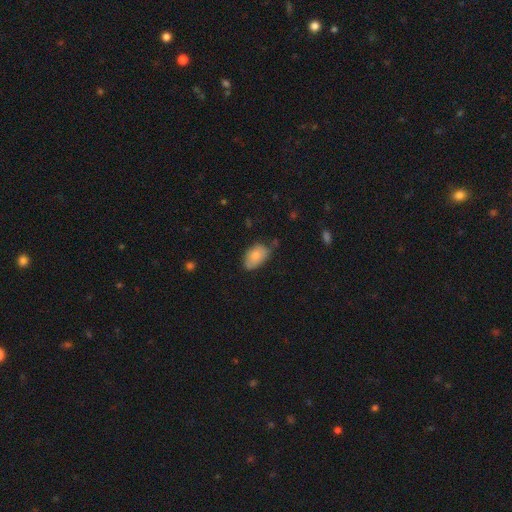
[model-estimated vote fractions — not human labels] smooth-or-featured: smooth: 81% | featured or disk: 12% | star or artifact: 7%
  how-rounded: in between: 92% | round: 6% | cigar-shaped: 1%
  merging: none: 59% | minor disturbance: 32% | major disturbance: 6% | merger: 3%